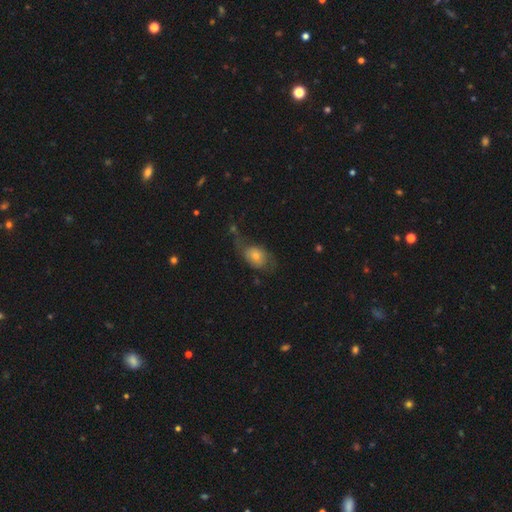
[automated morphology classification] A smooth galaxy with no disk features (62%) that is in between round and cigar-shaped (70%). Merging: none (34%).